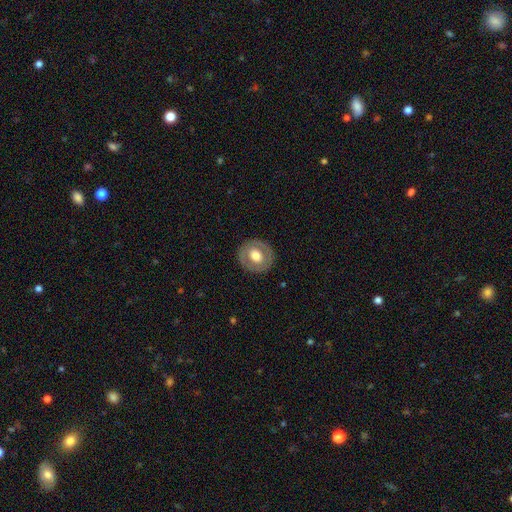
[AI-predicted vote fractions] smooth-or-featured: smooth: 52% | featured or disk: 42% | star or artifact: 6%
  how-rounded: round: 82% | in between: 17% | cigar-shaped: 1%
  merging: none: 86% | minor disturbance: 9% | major disturbance: 4% | merger: 1%